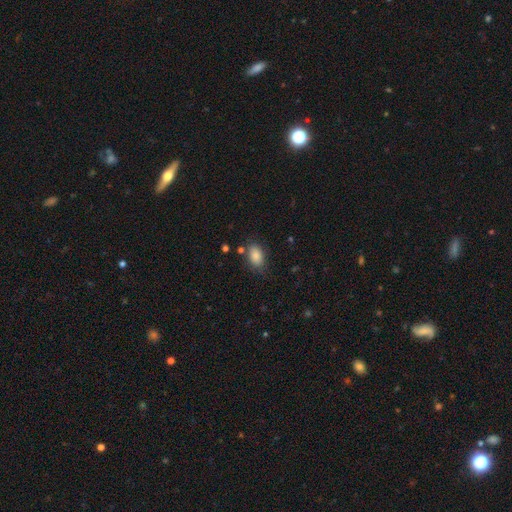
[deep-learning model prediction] Morphology: type=smooth (86%); roundness=in between (90%); merging=none (75%).